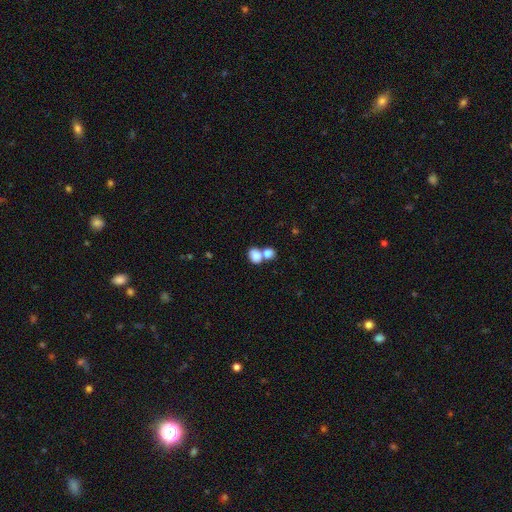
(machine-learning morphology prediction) This appears to be a smooth galaxy with no disk features (82%) that is in between round and cigar-shaped (62%). Merging: merger (57%).